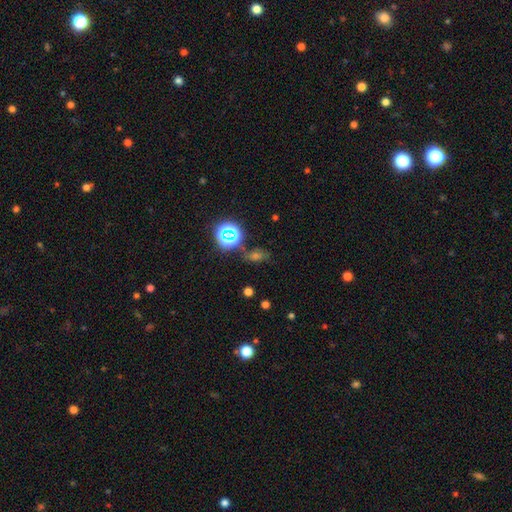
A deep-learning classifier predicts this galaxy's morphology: smooth-or-featured: star or artifact: 51% | smooth: 35% | featured or disk: 14%